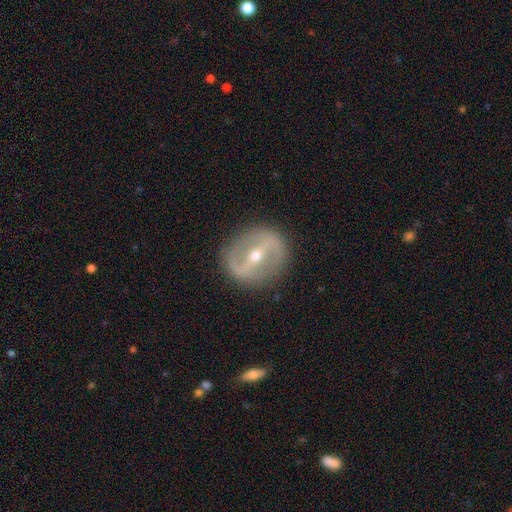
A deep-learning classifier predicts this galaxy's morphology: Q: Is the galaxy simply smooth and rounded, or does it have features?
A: featured or disk — 81%.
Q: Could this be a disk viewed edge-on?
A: no — 93%.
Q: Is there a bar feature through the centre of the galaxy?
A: strong — 67%.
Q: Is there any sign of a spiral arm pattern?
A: yes — 55%.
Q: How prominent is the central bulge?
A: moderate — 52%.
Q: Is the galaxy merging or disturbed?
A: none — 86%.